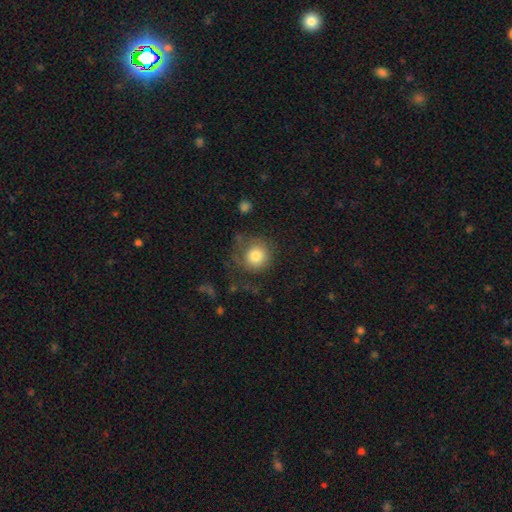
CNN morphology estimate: Smooth or featured? smooth (76%)
How rounded? round (92%)
Merging? none (57%)